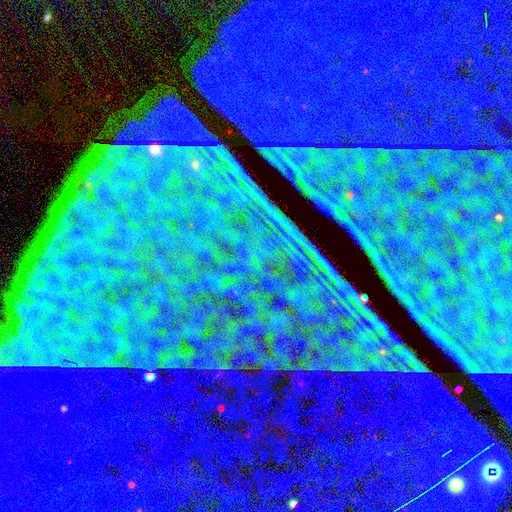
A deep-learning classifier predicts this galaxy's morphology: Smooth or featured? Predicted: star or artifact (p=0.88).